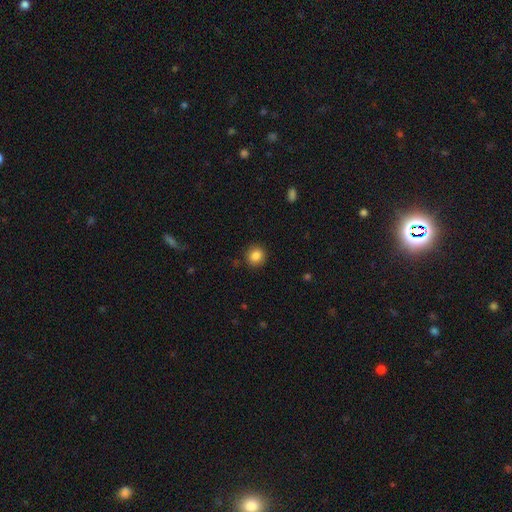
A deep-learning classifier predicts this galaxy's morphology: smooth_or_featured: smooth (p=0.85) [alt: star or artifact p=0.10]
how_rounded: round (p=0.86) [alt: in between p=0.13]
merging: none (p=0.90) [alt: minor disturbance p=0.07]